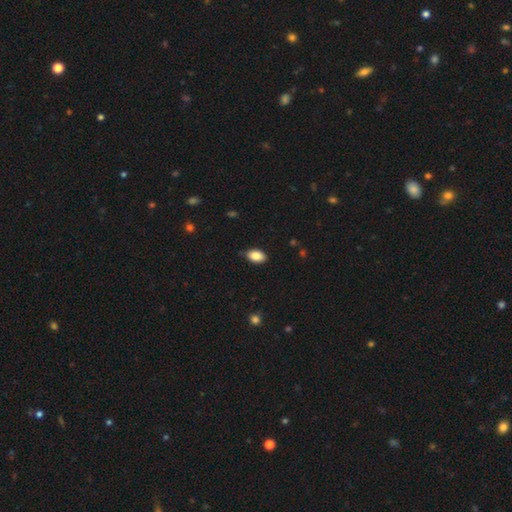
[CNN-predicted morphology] Q: Smooth or featured?
A: smooth (85%); runner-up: star or artifact (8%)
Q: How rounded?
A: in between (91%); runner-up: round (8%)
Q: Merging?
A: none (81%); runner-up: minor disturbance (16%)